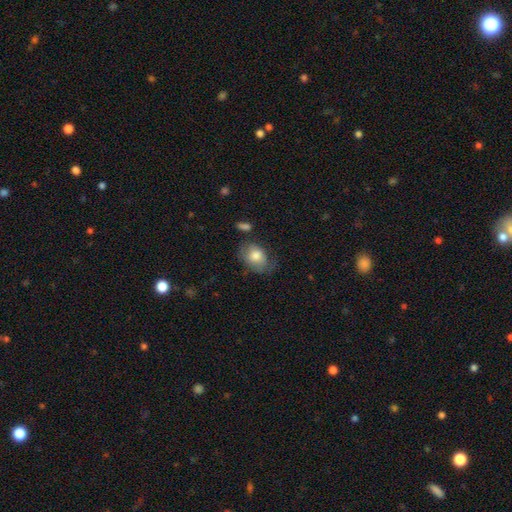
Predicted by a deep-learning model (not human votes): A smooth galaxy with no disk features (75%) that is in between round and cigar-shaped (72%). Merging: none (53%).